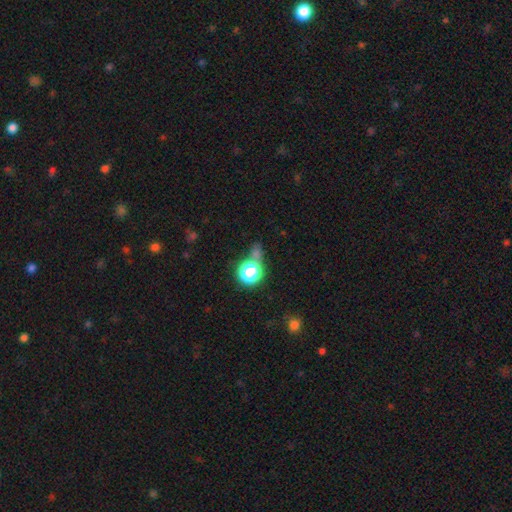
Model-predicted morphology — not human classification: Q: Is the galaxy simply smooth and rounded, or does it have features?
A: smooth — 52%.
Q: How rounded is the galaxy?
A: round — 86%.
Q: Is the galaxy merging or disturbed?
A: none — 66%.